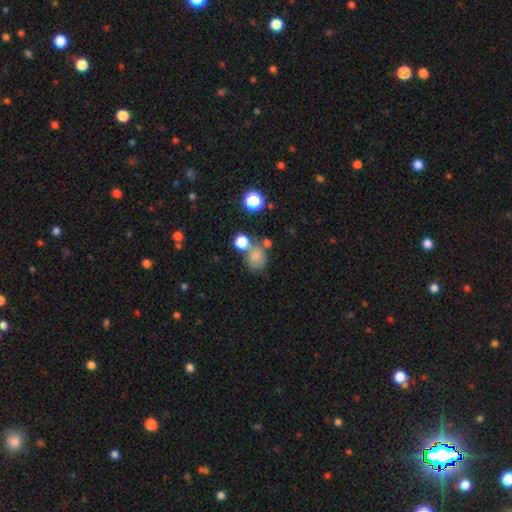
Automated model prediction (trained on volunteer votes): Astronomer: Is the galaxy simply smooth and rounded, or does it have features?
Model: smooth — 77%.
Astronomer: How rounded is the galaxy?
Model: round — 68%.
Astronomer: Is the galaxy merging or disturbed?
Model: none — 54%.